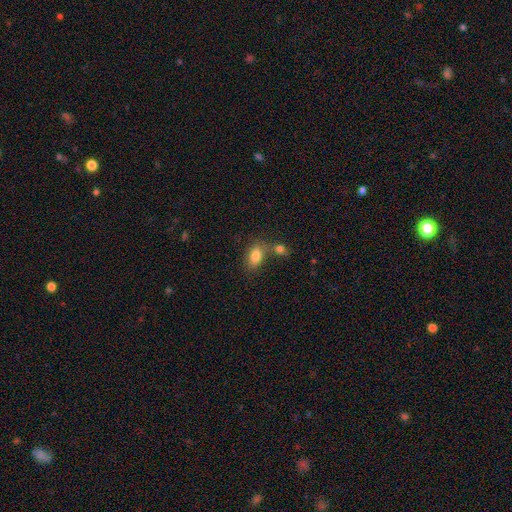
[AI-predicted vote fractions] Smooth or featured? Predicted: smooth (p=0.83). How rounded? Predicted: in between (p=0.87). Merging? Predicted: none (p=0.56).